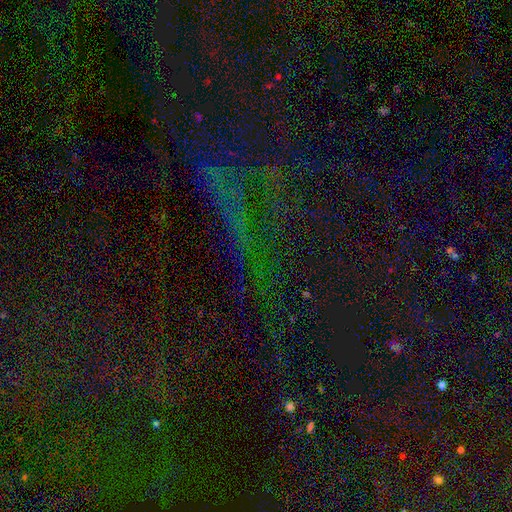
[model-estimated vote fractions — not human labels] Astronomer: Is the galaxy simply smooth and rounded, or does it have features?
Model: star or artifact — 70%.